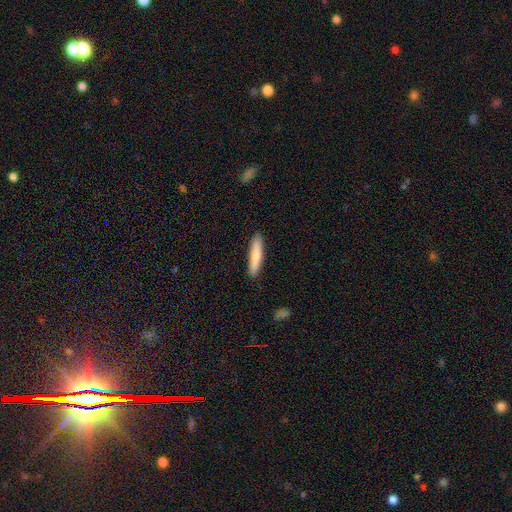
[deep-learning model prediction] Q: Smooth or featured?
A: smooth (79%); runner-up: featured or disk (16%)
Q: How rounded?
A: cigar-shaped (86%); runner-up: in between (12%)
Q: Merging?
A: none (88%); runner-up: minor disturbance (9%)